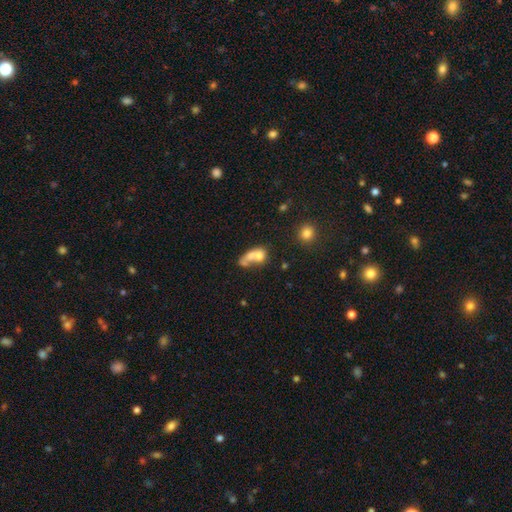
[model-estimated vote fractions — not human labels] Morphology: type=smooth (62%); roundness=in between (57%); merging=merger (63%).